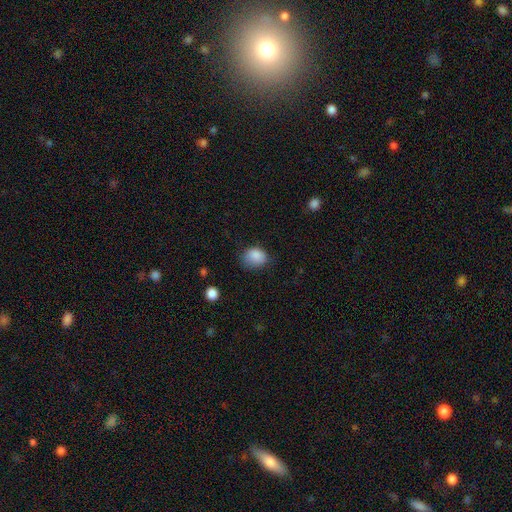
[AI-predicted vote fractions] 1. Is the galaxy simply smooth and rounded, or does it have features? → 85% smooth, 9% star or artifact, 5% featured or disk.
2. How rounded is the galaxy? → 51% round, 48% in between, 1% cigar-shaped.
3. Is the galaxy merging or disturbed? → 58% none, 31% minor disturbance, 9% major disturbance, 2% merger.